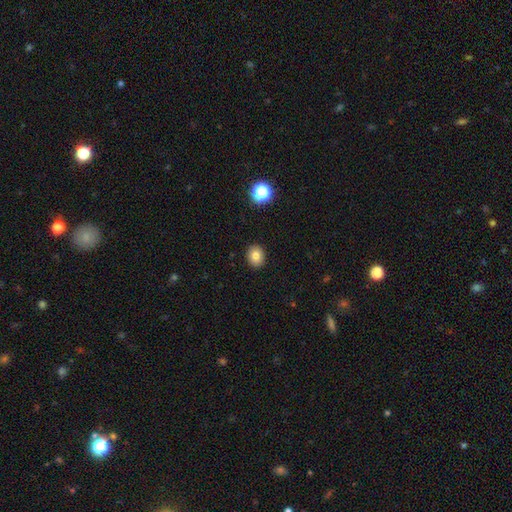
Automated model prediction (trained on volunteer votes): The model was most divided on "how rounded": round: 62%, in between: 37%, cigar-shaped: 1%. More confident: merging — none (91%); smooth or featured — smooth (80%).